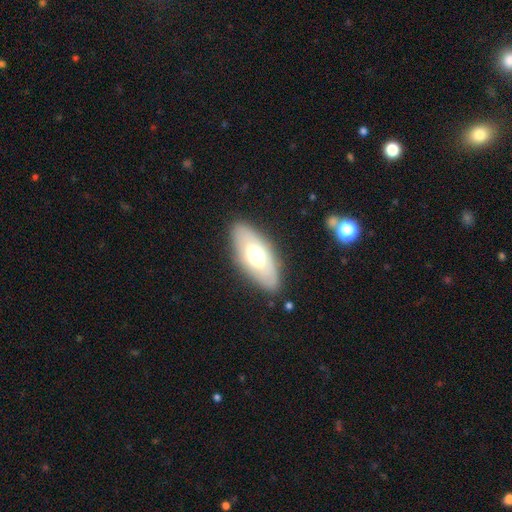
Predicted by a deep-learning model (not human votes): The model was most divided on "smooth or featured": smooth: 54%, featured or disk: 40%, star or artifact: 6%. More confident: how rounded — in between (86%); merging — none (84%).